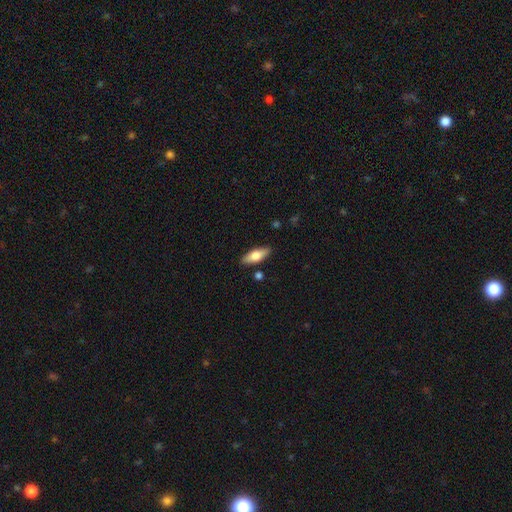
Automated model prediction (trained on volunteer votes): This appears to be a smooth galaxy with no disk features (69%) that is in between round and cigar-shaped (70%). Merging: none (86%).